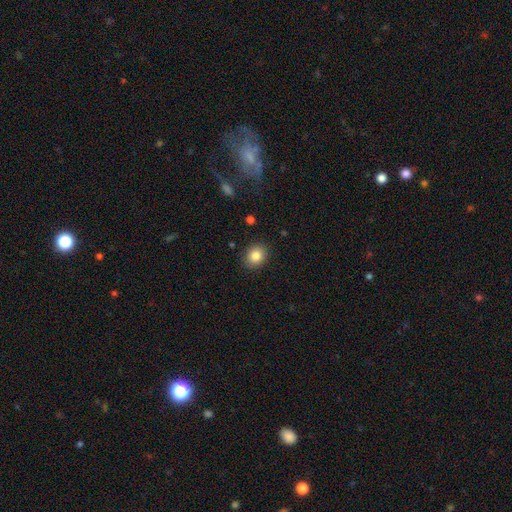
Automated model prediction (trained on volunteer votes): smooth 83%, star or artifact 10%, featured or disk 7%. Down the decision tree: how rounded — round (59%); merging — none (88%).